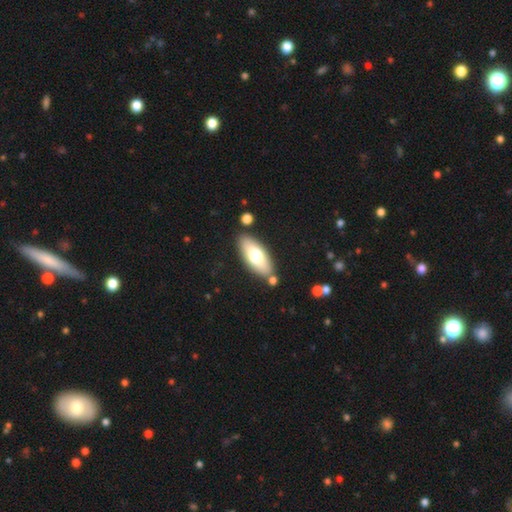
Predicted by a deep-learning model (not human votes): smooth-or-featured: smooth: 67% | featured or disk: 27% | star or artifact: 6%
  how-rounded: in between: 81% | cigar-shaped: 17% | round: 2%
  merging: none: 83% | minor disturbance: 9% | merger: 6% | major disturbance: 2%